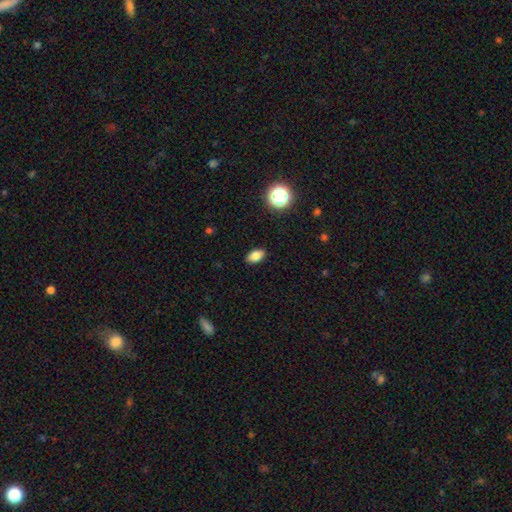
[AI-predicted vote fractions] The model was most divided on "smooth or featured": smooth: 82%, star or artifact: 11%, featured or disk: 6%. More confident: merging — none (89%); how rounded — in between (88%).